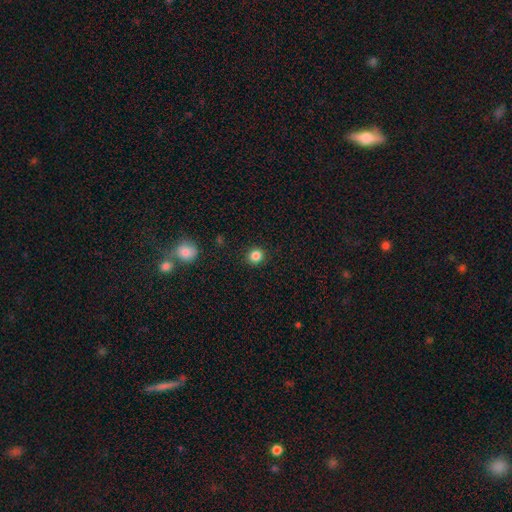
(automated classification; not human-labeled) smooth-or-featured: smooth: 84% | star or artifact: 12% | featured or disk: 4%
  how-rounded: round: 90% | in between: 9% | cigar-shaped: 1%
  merging: none: 91% | minor disturbance: 6% | major disturbance: 2% | merger: 1%